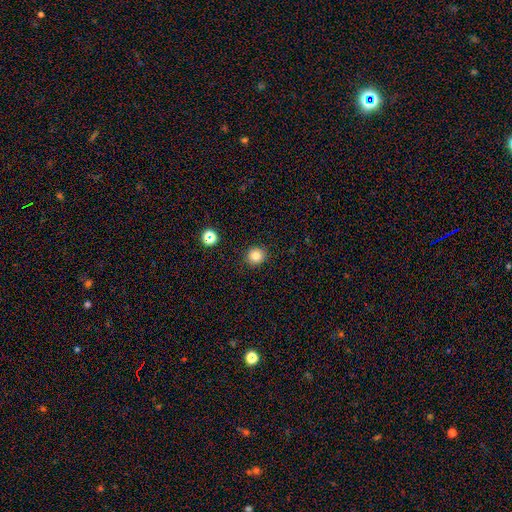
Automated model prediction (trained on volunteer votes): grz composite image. It shows a smooth galaxy with no disk features (83%) that is round (92%). Merging: none (91%).